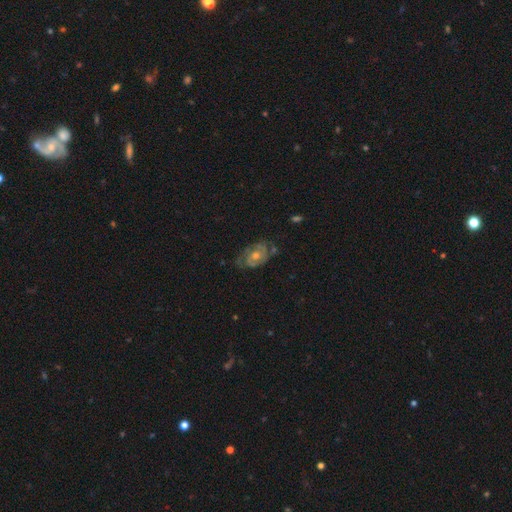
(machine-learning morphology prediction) A featured or disk galaxy (73%) with no bar (78%), 2 (44%) tight (59%) spiral arms (78%) and a moderate central bulge (66%).

Vote fractions:
- Smooth or featured? featured or disk: 73% / smooth: 17% / star or artifact: 9%
- Edge-on disk? no: 95% / yes: 5%
- Bar? no: 78% / weak: 18% / strong: 4%
- Spiral arms? yes: 78% / no: 22%
- Spiral winding? tight: 59% / medium: 31% / loose: 10%
- Spiral arm count? 2: 44% / can't tell: 37% / 3: 8% / 1: 5% / 4: 3% / more than 4: 3%
- Bulge size? moderate: 66% / small: 28% / large: 4% / none: 1% / dominant: 1%
- Merging? none: 67% / minor disturbance: 22% / major disturbance: 9% / merger: 2%